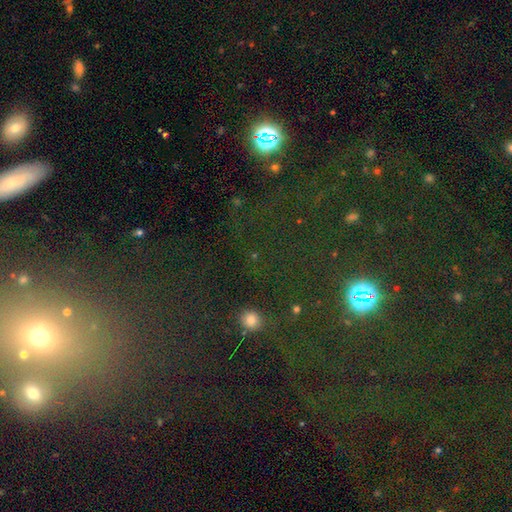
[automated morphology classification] This is possibly a star or artifact rather than a galaxy (54%).